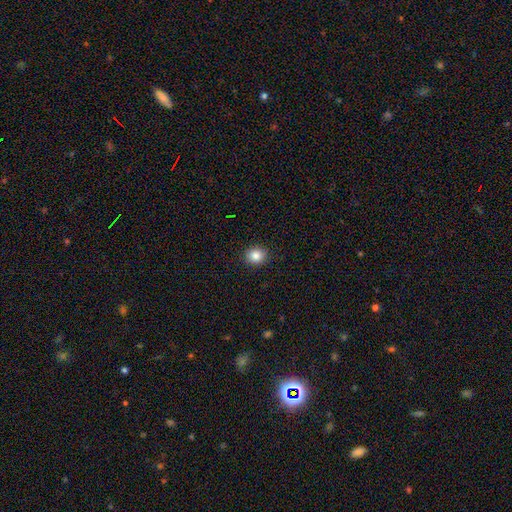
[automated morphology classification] A smooth galaxy with no disk features (84%) that is round (80%). Merging: none (91%).